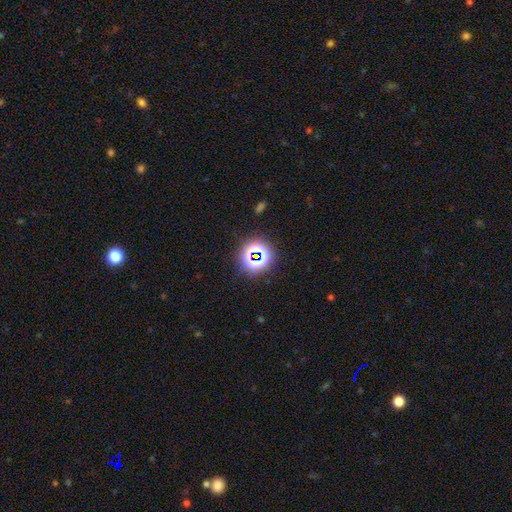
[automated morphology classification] Smooth or featured: star or artifact — 65% (smooth — 25%)